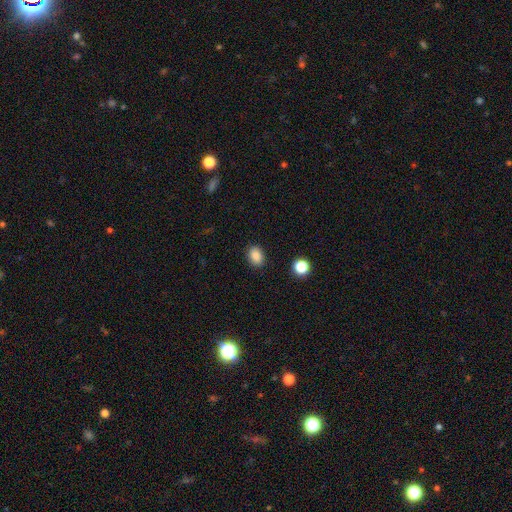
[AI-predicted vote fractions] This appears to be a smooth galaxy with no disk features (87%) that is in between round and cigar-shaped (73%). Merging: none (87%).